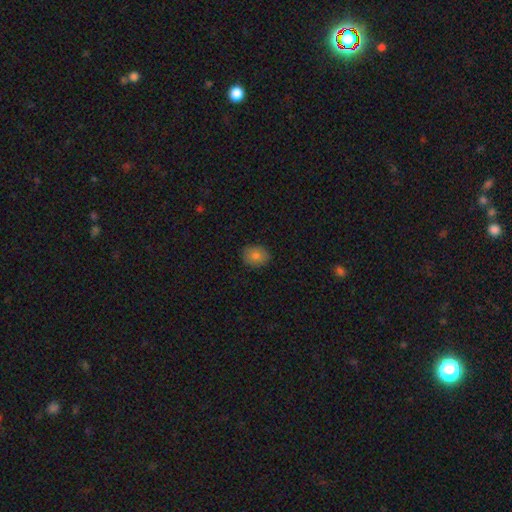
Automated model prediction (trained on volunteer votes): A smooth galaxy with no disk features (80%) that is round (58%). Merging: none (87%).